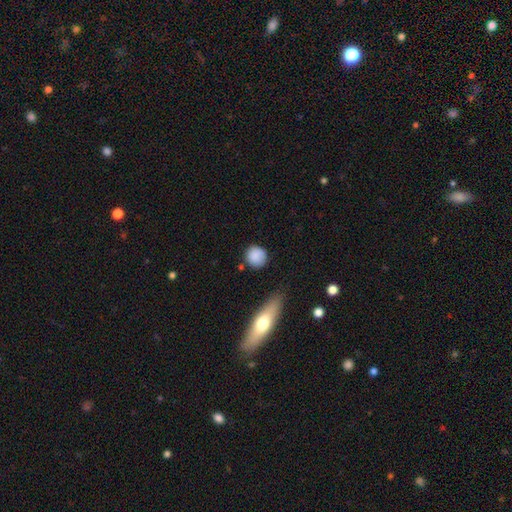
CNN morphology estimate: Overall: smooth (87%). How rounded: round (90%). Merging: none (78%).